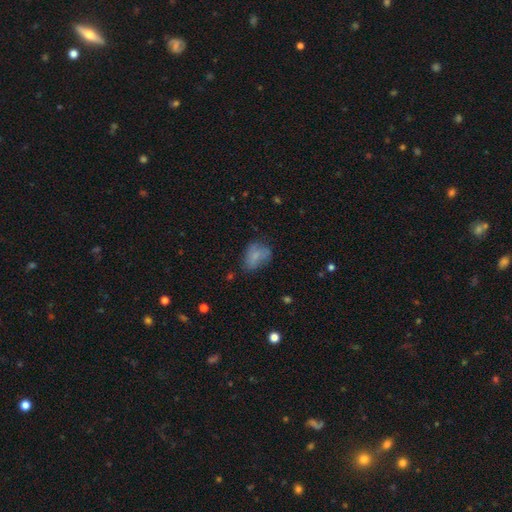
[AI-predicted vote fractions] A smooth galaxy with no disk features (68%) that is in between round and cigar-shaped (73%).

Vote fractions:
- Smooth or featured? smooth: 68% / featured or disk: 21% / star or artifact: 12%
- How rounded? in between: 73% / round: 25% / cigar-shaped: 2%
- Merging? none: 47% / minor disturbance: 29% / major disturbance: 17% / merger: 7%